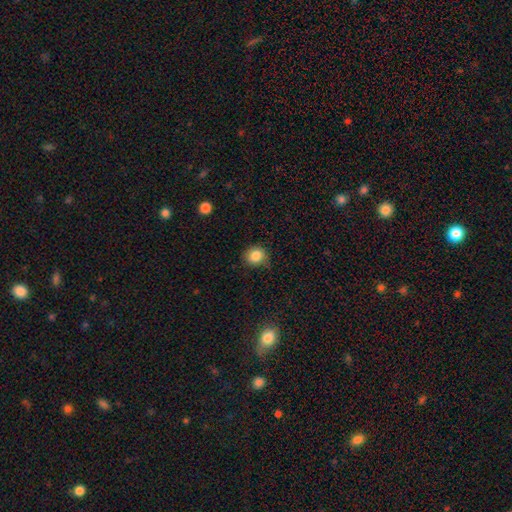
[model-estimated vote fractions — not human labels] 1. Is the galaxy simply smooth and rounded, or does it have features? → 84% smooth, 10% star or artifact, 5% featured or disk.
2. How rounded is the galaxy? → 82% round, 17% in between, 1% cigar-shaped.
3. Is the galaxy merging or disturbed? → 74% none, 20% minor disturbance, 4% major disturbance, 1% merger.